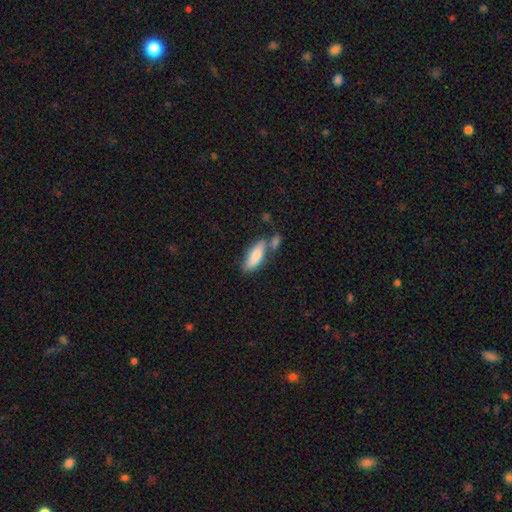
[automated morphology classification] type=smooth (79%); roundness=in between (63%); merging=none (51%).